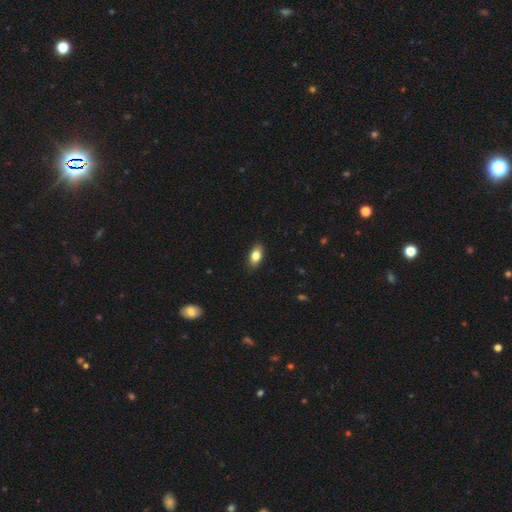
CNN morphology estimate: smooth-or-featured: smooth: 81% | featured or disk: 11% | star or artifact: 8%
  how-rounded: in between: 89% | round: 7% | cigar-shaped: 4%
  merging: none: 87% | minor disturbance: 10% | major disturbance: 2% | merger: 1%